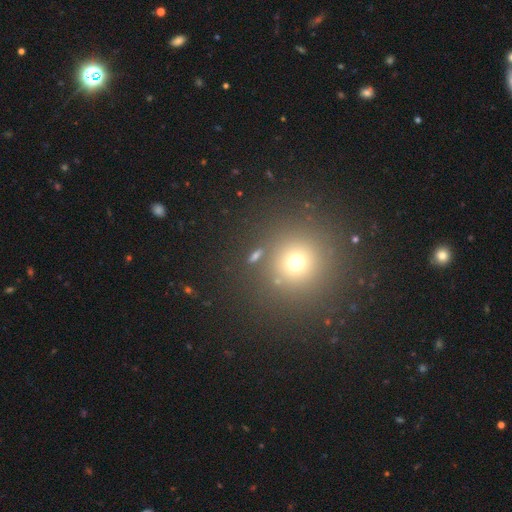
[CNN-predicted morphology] smooth_or_featured: smooth (p=0.63) [alt: star or artifact p=0.28]
how_rounded: round (p=0.92) [alt: in between p=0.06]
merging: none (p=0.83) [alt: minor disturbance p=0.07]